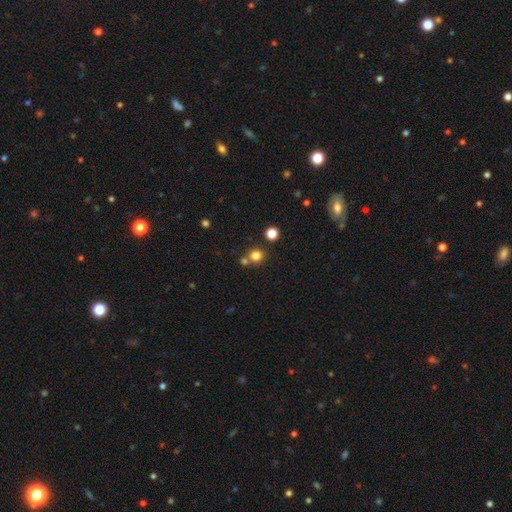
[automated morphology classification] smooth 80%, star or artifact 14%, featured or disk 6%. Down the decision tree: how rounded — round (88%); merging — none (68%).